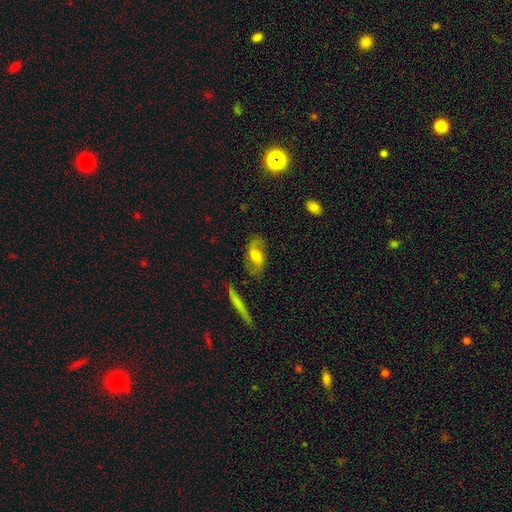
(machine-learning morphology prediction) This appears to be a featured or disk galaxy (61%) with a weak bar (46%), spiral arms (86%) and a moderate central bulge (51%). Merging: none (74%).